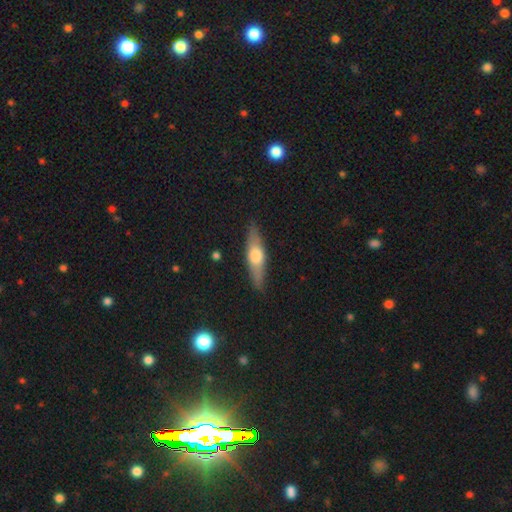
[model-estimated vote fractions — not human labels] A smooth galaxy with no disk features (47%, tied with featured or disk).

Vote fractions:
- Smooth or featured? smooth: 47% (tied) / featured or disk: 47% (tied) / star or artifact: 6%
- Merging? none: 86% / minor disturbance: 10% / major disturbance: 2% / merger: 1%